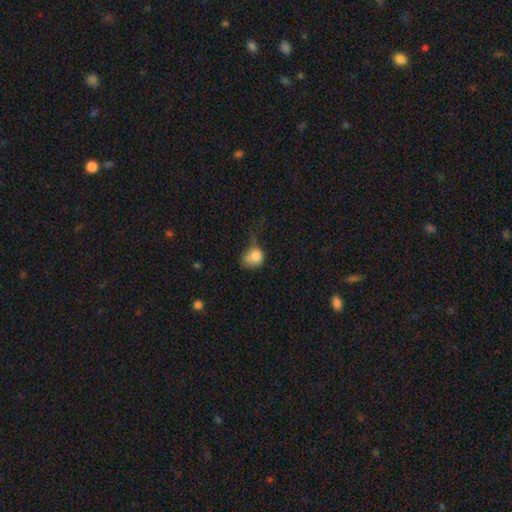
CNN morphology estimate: Overall: smooth (77%). How rounded: round (62%; in between 37%). Merging: major disturbance (36%; minor disturbance 33%).